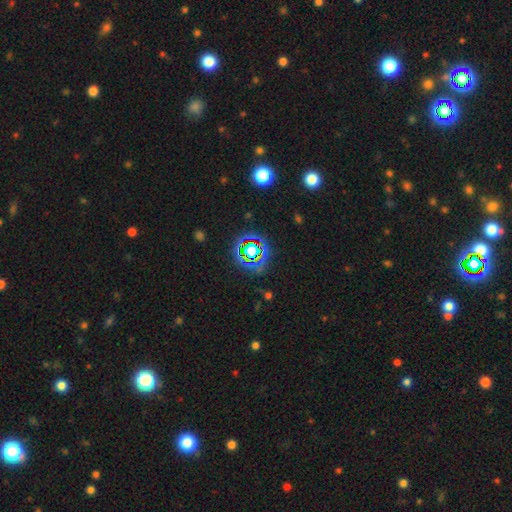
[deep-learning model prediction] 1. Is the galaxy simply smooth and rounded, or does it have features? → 68% star or artifact, 17% smooth, 15% featured or disk.